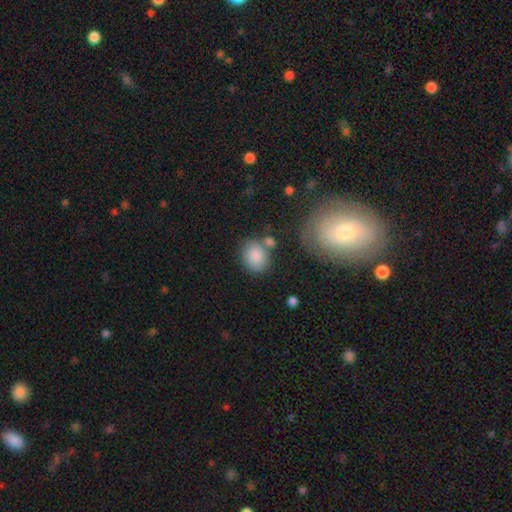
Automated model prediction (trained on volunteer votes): A smooth galaxy with no disk features (85%) that is round (56%).

Vote fractions:
- Smooth or featured? smooth: 85% / star or artifact: 8% / featured or disk: 7%
- How rounded? round: 56% / in between: 43% / cigar-shaped: 1%
- Merging? none: 62% / merger: 17% / minor disturbance: 16% / major disturbance: 6%